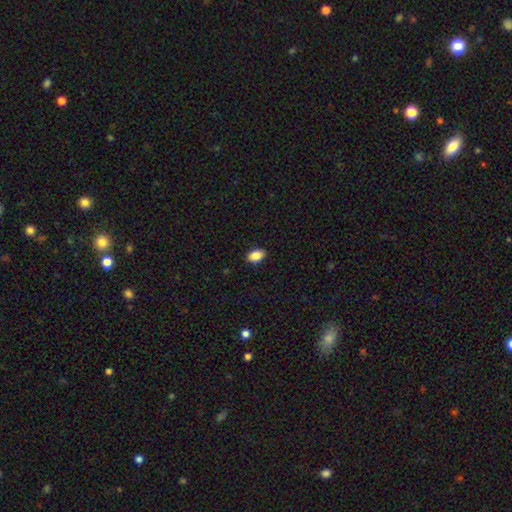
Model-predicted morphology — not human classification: Smooth or featured? smooth (87%)
How rounded? in between (84%)
Merging? none (88%)